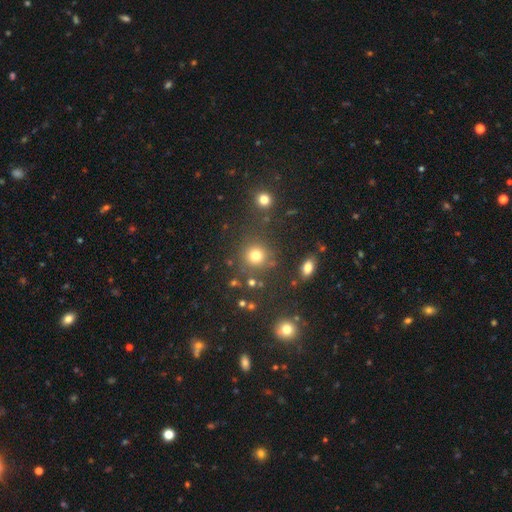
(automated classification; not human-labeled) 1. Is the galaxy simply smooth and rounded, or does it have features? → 76% smooth, 17% star or artifact, 7% featured or disk.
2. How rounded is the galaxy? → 90% round, 9% in between, 1% cigar-shaped.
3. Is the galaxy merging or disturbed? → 79% none, 9% minor disturbance, 7% merger, 5% major disturbance.